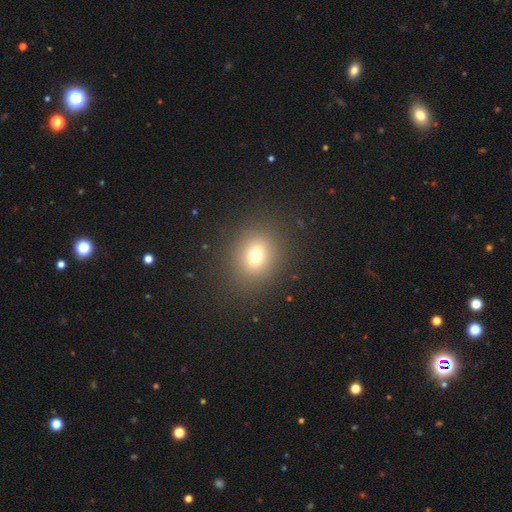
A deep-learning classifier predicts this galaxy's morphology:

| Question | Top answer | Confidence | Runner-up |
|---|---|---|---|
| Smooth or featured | smooth | 70% | star or artifact (18%) |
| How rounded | round | 63% | in between (35%) |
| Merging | none | 86% | minor disturbance (8%) |